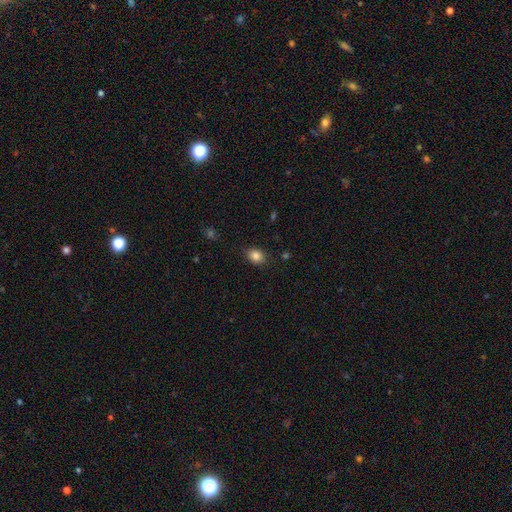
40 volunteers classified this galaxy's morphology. smooth-or-featured: smooth: 82% | star or artifact: 12% | featured or disk: 5%
  how-rounded: round: 61% | in between: 39% | cigar-shaped: 0%
  merging: none: 89% | minor disturbance: 9% | major disturbance: 3% | merger: 0%